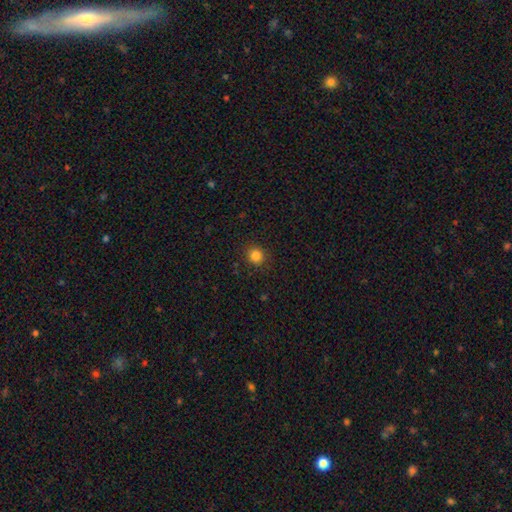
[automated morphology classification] Overall: smooth (84%). How rounded: round (90%). Merging: none (90%).